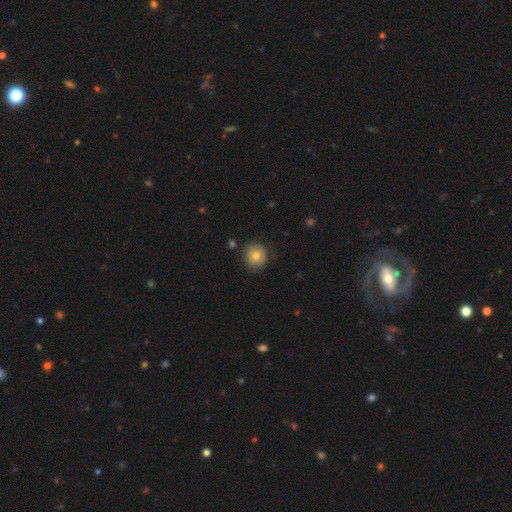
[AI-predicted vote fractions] Smooth or featured: smooth — 81% (featured or disk — 10%)
How rounded: round — 92% (in between — 7%)
Merging: none — 85% (minor disturbance — 11%)